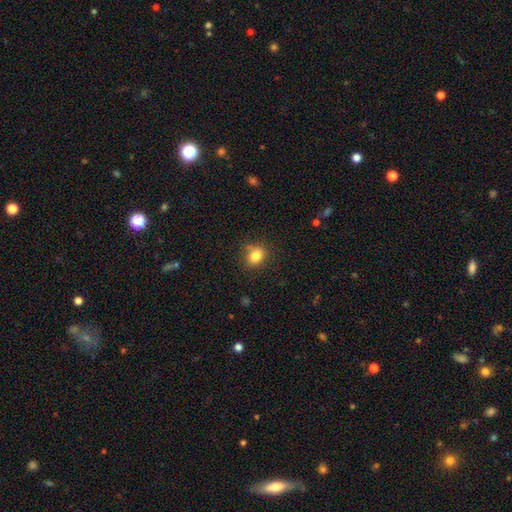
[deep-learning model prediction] A smooth galaxy with no disk features (82%) that is round (55%). Merging: none (77%).